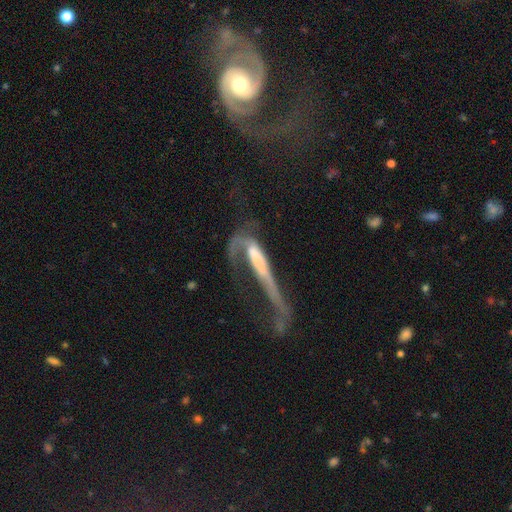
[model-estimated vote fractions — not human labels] Overall: featured or disk (53%; smooth 39%). Edge-on disk: no (69%; yes 31%). Merging: major disturbance (57%).